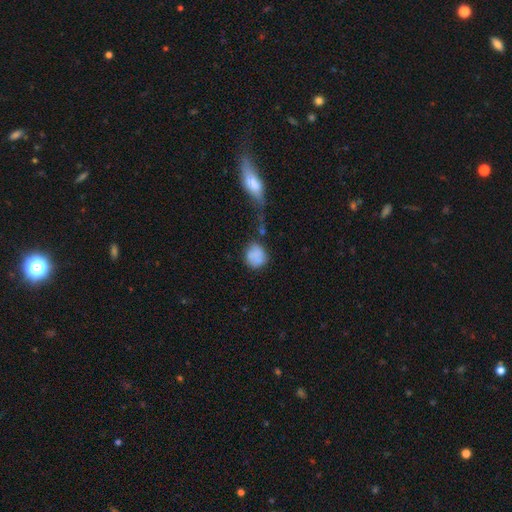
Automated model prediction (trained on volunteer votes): Smooth or featured? Predicted: smooth (p=0.77). How rounded? Predicted: round (p=0.77). Merging? Predicted: none (p=0.47).